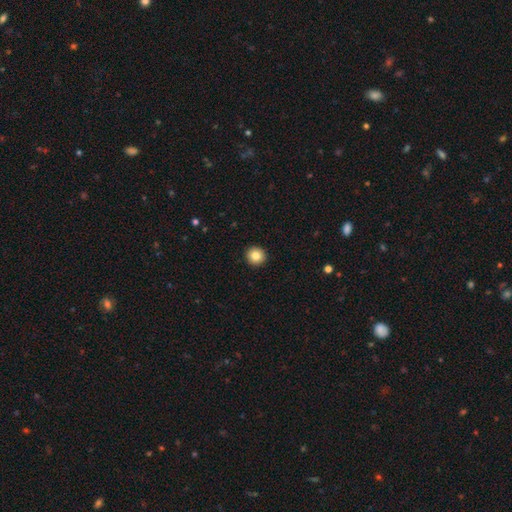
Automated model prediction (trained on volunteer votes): smooth 83%, star or artifact 10%, featured or disk 8%. Down the decision tree: how rounded — round (94%); merging — none (93%).